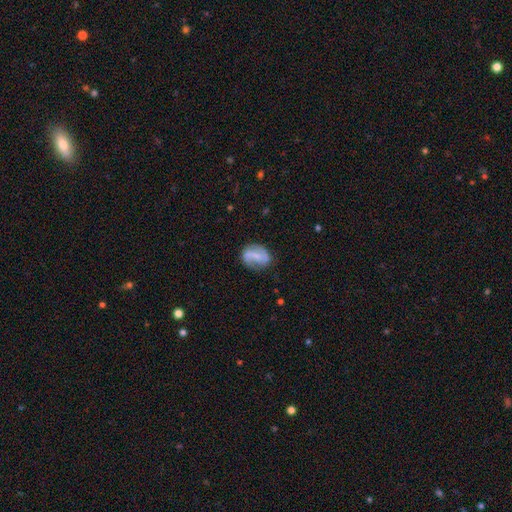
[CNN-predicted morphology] Smooth or featured: featured or disk — 67% (smooth — 26%)
Edge-on disk: no — 97% (yes — 3%)
Bar: weak — 39% (strong — 37%)
Spiral arms: yes — 86% (no — 14%)
Spiral winding: loose — 45% (medium — 38%)
Spiral arm count: 2 — 85% (1 — 6%)
Bulge size: none — 41% (small — 38%)
Merging: none — 73% (minor disturbance — 18%)